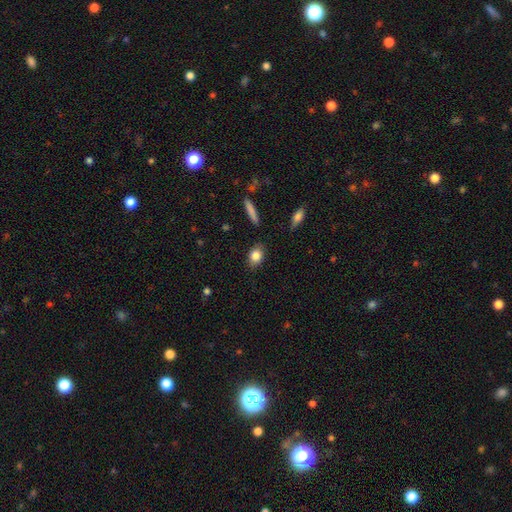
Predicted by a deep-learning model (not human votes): Smooth or featured?
  - smooth: 82% *
  - featured or disk: 10%
  - star or artifact: 8%
How rounded?
  - in between: 69% *
  - round: 27%
  - cigar-shaped: 3%
Merging?
  - none: 84% *
  - minor disturbance: 12%
  - major disturbance: 3%
  - merger: 2%